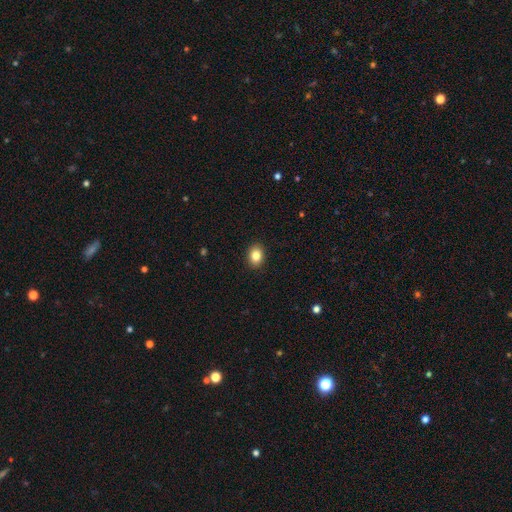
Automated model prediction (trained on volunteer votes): The model was most divided on "how rounded": in between: 58%, round: 41%, cigar-shaped: 1%. More confident: merging — none (91%); smooth or featured — smooth (84%).